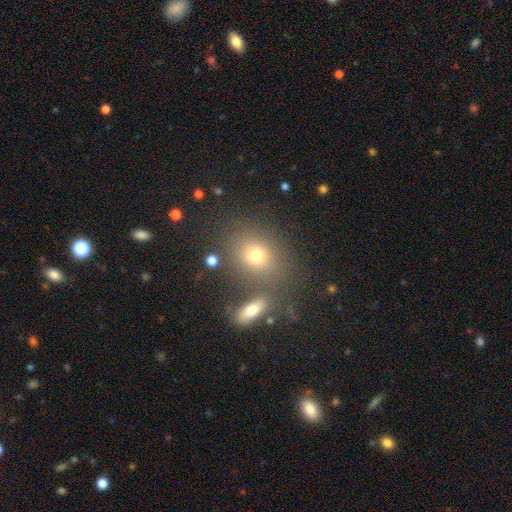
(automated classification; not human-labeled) Q: Smooth or featured?
A: smooth (71%); runner-up: star or artifact (17%)
Q: How rounded?
A: round (61%); runner-up: in between (38%)
Q: Merging?
A: none (68%); runner-up: merger (15%)